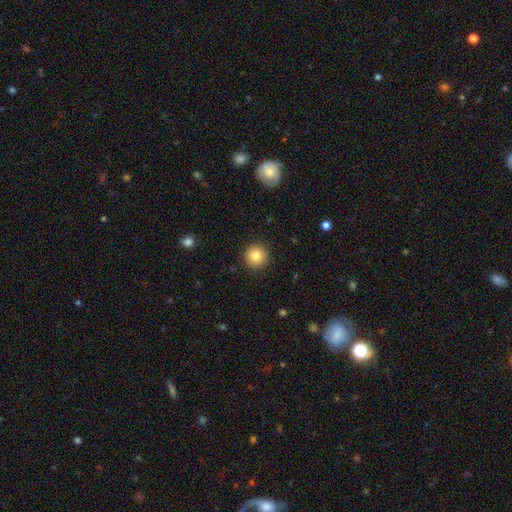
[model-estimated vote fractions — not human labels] The model was most divided on "smooth or featured": smooth: 84%, star or artifact: 10%, featured or disk: 6%. More confident: how rounded — round (95%); merging — none (92%).